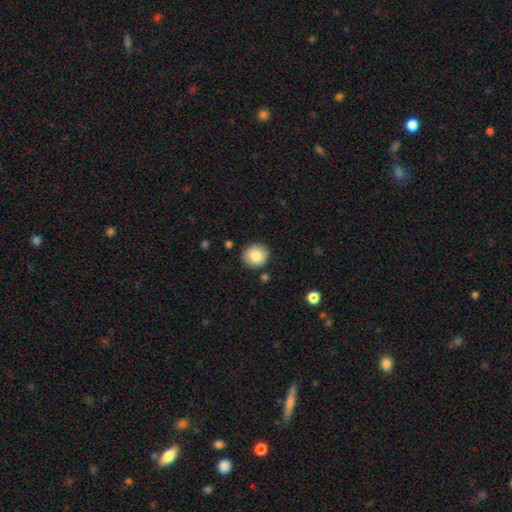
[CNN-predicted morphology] A smooth galaxy with no disk features (85%) that is round (88%). Merging: none (87%).